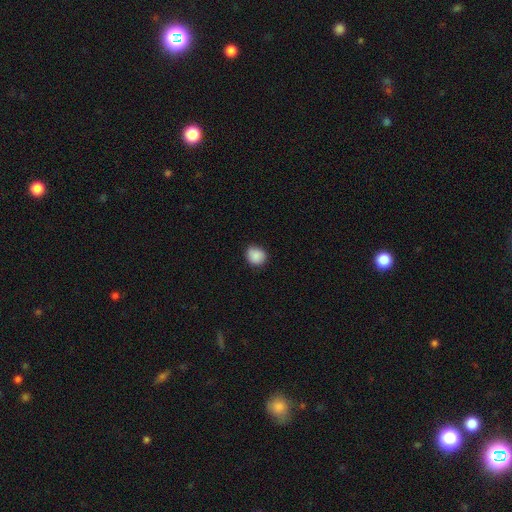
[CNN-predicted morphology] This appears to be a smooth galaxy with no disk features (88%) that is round (81%). Merging: none (83%).